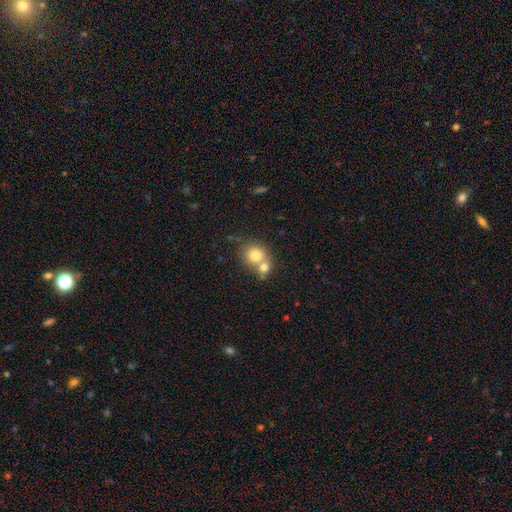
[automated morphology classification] This appears to be a smooth galaxy with no disk features (76%) that is round (77%). Merging: merger (55%).